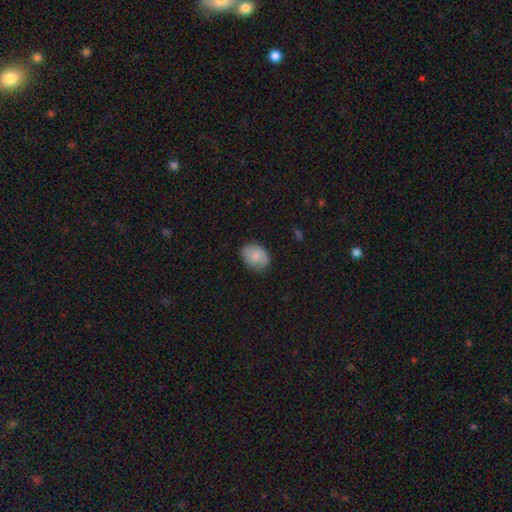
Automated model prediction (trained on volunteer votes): smooth_or_featured: smooth (p=0.69) [alt: featured or disk p=0.24]
how_rounded: in between (p=0.54) [alt: round p=0.45]
merging: none (p=0.75) [alt: minor disturbance p=0.19]